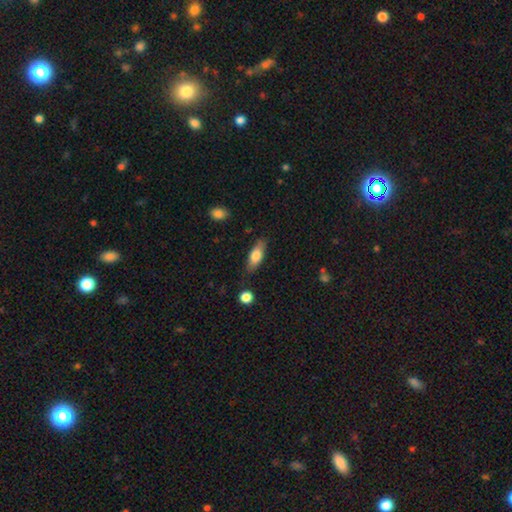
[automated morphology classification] The model was most divided on "how rounded": in between: 67%, cigar-shaped: 30%, round: 3%. More confident: merging — none (80%); smooth or featured — smooth (72%).